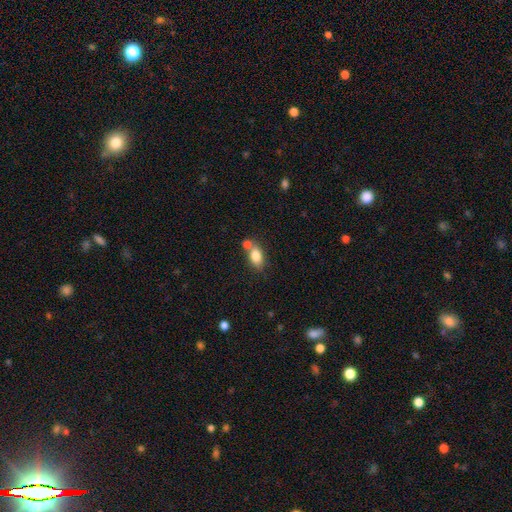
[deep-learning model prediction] Smooth or featured? smooth (82%)
How rounded? in between (86%)
Merging? none (50%)